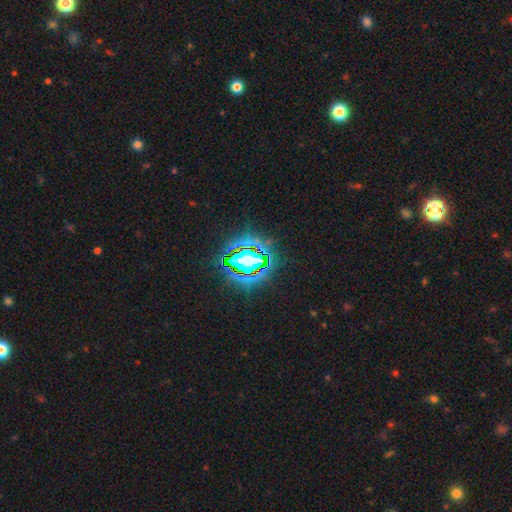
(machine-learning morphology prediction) smooth-or-featured: star or artifact: 81% | smooth: 11% | featured or disk: 8%